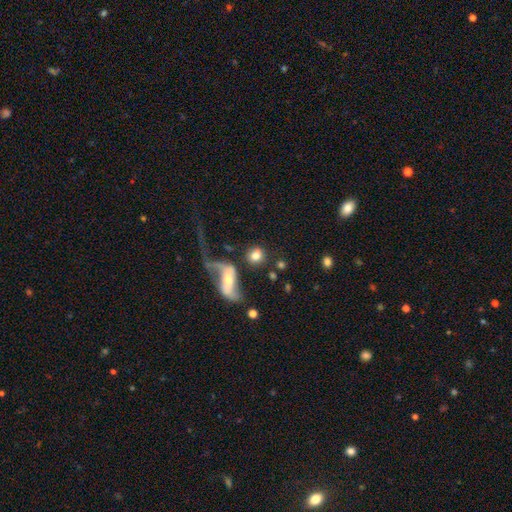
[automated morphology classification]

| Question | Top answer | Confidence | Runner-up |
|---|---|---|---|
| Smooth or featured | smooth | 71% | featured or disk (20%) |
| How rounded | round | 77% | in between (20%) |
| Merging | none | 51% | merger (24%) |